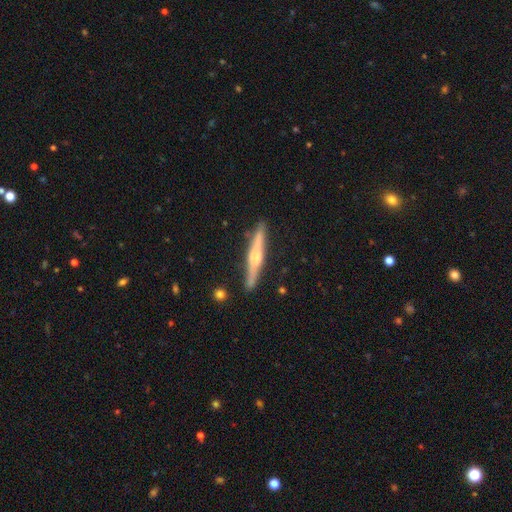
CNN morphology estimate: Overall: featured or disk (65%; smooth 29%). Edge-on disk: yes (97%). Edge-on bulge: rounded (75%). Merging: none (86%).